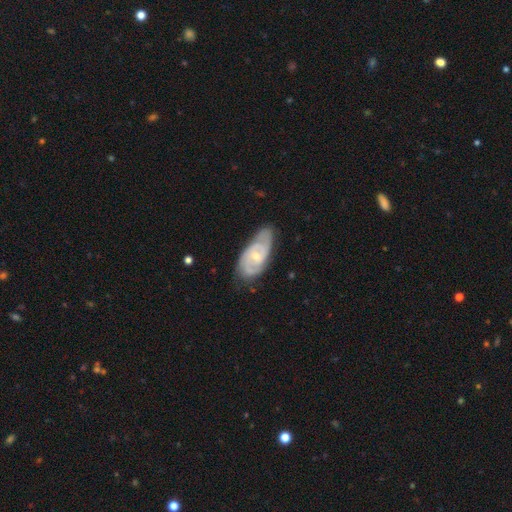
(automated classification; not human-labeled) Smooth or featured? featured or disk (80%)
Edge-on disk? no (95%)
Bar? no (60%)
Spiral arms? yes (94%)
Spiral winding? tight (54%)
Spiral arm count? 2 (53%)
Bulge size? small (59%)
Merging? none (67%)